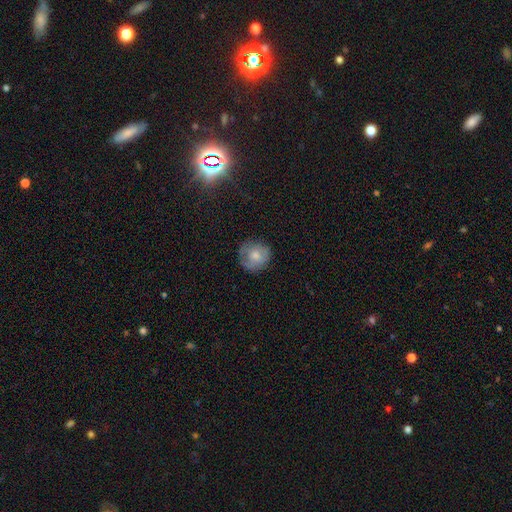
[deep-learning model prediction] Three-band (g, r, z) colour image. It shows a smooth galaxy with no disk features (68%) that is round (88%). Merging: none (73%).